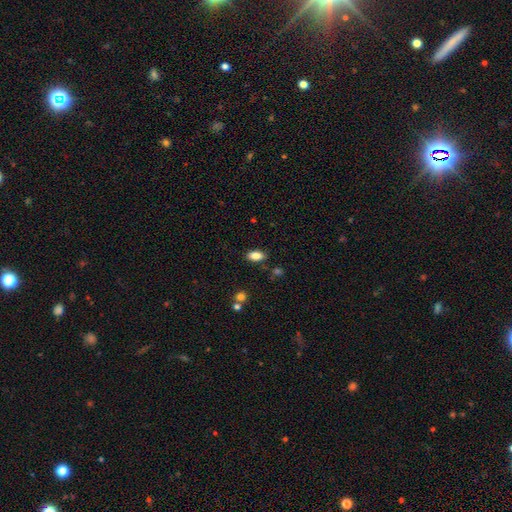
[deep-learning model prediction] Smooth or featured: smooth — 85% (star or artifact — 9%)
How rounded: in between — 90% (cigar-shaped — 5%)
Merging: none — 84% (minor disturbance — 11%)